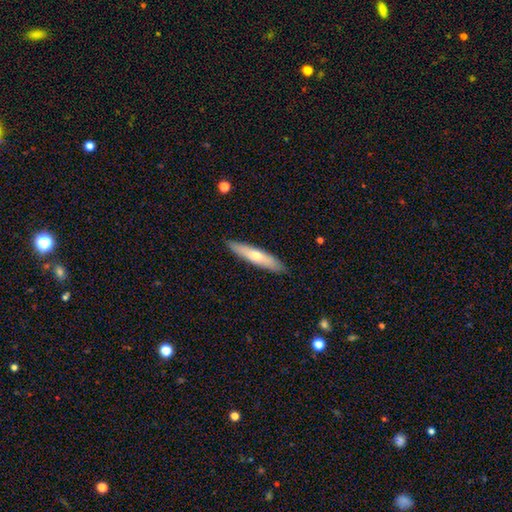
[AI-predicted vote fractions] Smooth or featured? smooth (58%)
How rounded? cigar-shaped (85%)
Merging? none (89%)